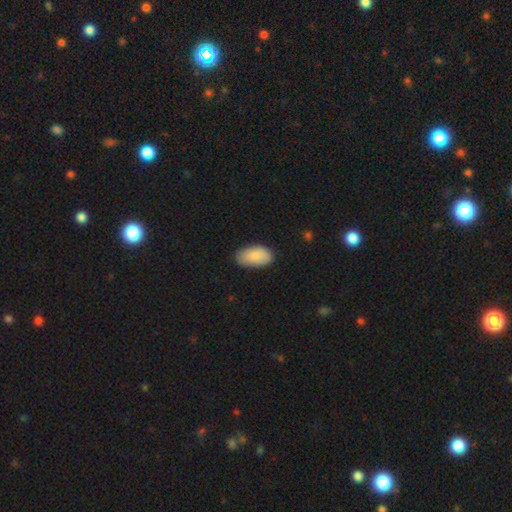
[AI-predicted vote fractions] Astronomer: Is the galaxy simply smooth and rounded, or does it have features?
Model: smooth — 87%.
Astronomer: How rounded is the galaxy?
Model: in between — 95%.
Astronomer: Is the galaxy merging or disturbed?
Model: none — 79%.